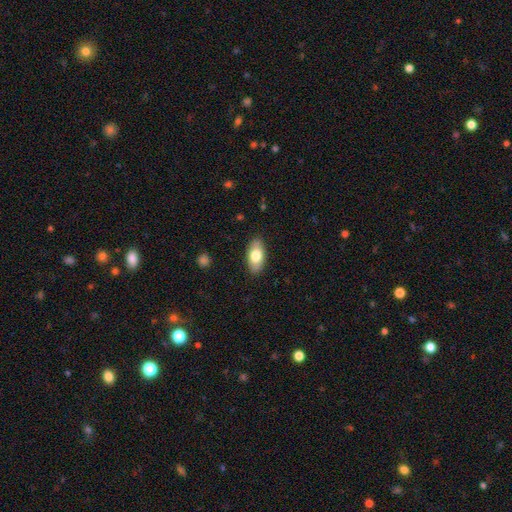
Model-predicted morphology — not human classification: type=smooth (75%); roundness=in between (91%); merging=none (87%).